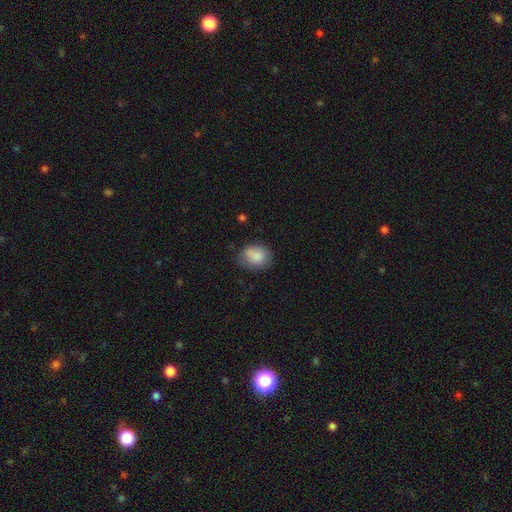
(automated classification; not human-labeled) smooth-or-featured: smooth: 83% | featured or disk: 9% | star or artifact: 8%
  how-rounded: in between: 55% | round: 44% | cigar-shaped: 1%
  merging: none: 61% | minor disturbance: 28% | major disturbance: 7% | merger: 4%